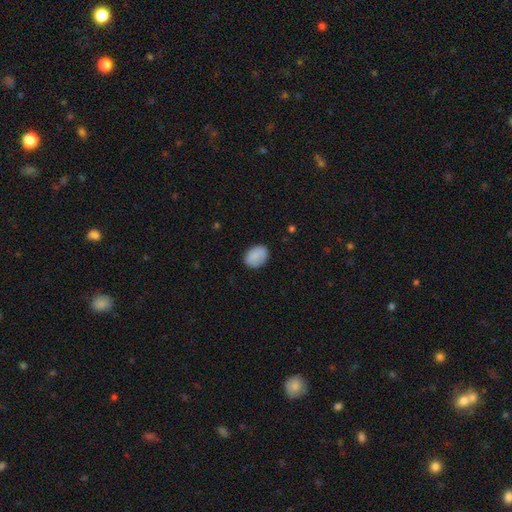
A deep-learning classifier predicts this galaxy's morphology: smooth 87%, star or artifact 7%, featured or disk 6%. Down the decision tree: how rounded — in between (75%); merging — none (85%).